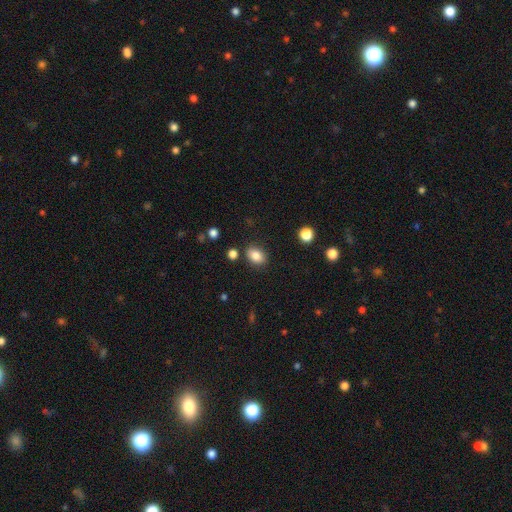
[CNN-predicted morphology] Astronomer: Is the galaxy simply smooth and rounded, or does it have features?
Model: smooth — 85%.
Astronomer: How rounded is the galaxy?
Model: in between — 77%.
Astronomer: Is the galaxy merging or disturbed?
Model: none — 83%.